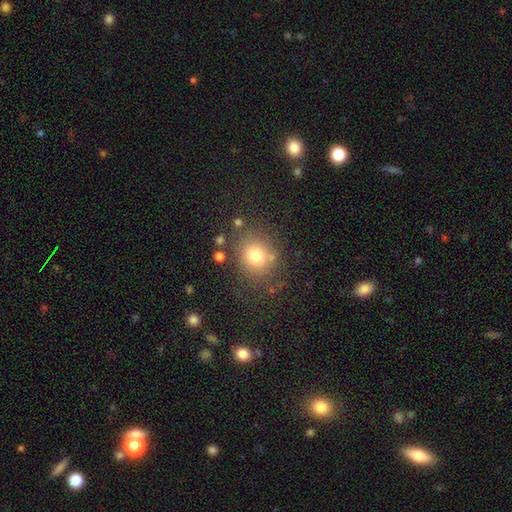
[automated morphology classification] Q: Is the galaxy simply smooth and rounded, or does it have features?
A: smooth — 76%.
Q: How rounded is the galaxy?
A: round — 73%.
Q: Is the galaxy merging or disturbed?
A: none — 75%.